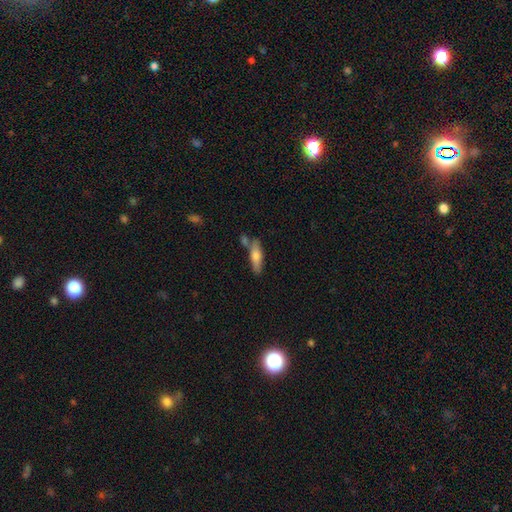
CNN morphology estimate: Smooth or featured: smooth — 68% (featured or disk — 25%)
How rounded: cigar-shaped — 58% (in between — 39%)
Merging: none — 60% (merger — 19%)